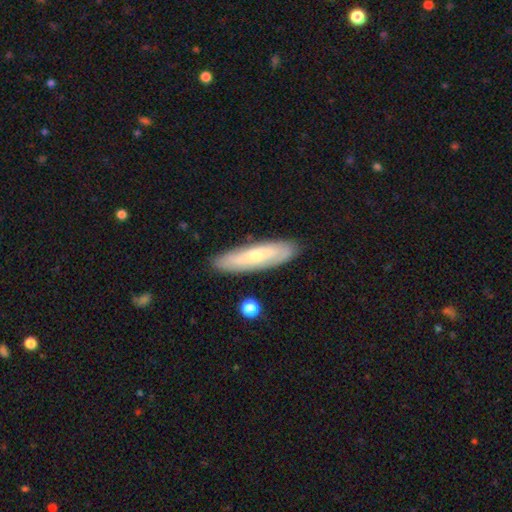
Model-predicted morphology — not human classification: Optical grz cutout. It shows a featured or disk galaxy (48%). Merging: none (86%).